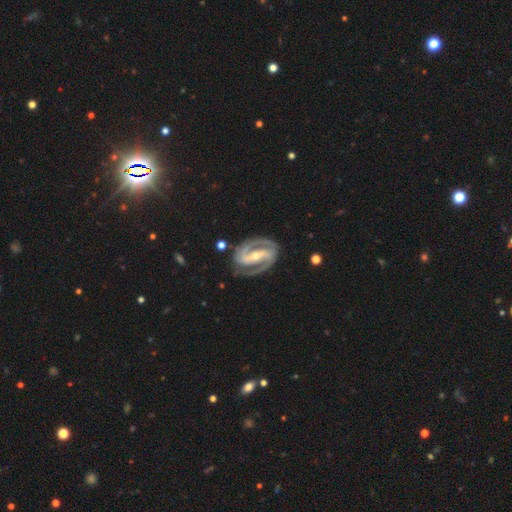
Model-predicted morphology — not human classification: A featured or disk galaxy (93%) with a strong bar (69%), 2 (93%) tight (49%) spiral arms (98%) and a small central bulge (53%).

Vote fractions:
- Smooth or featured? featured or disk: 93% / star or artifact: 4% / smooth: 3%
- Edge-on disk? no: 97% / yes: 3%
- Bar? strong: 69% / weak: 21% / no: 10%
- Spiral arms? yes: 98% / no: 2%
- Spiral winding? tight: 49% / medium: 44% / loose: 7%
- Spiral arm count? 2: 93% / 3: 2% / can't tell: 2% / 1: 1% / 4: 1% / more than 4: 1%
- Bulge size? small: 53% / moderate: 44% / large: 2% / none: 1% / dominant: 1%
- Merging? none: 81% / minor disturbance: 13% / major disturbance: 4% / merger: 2%